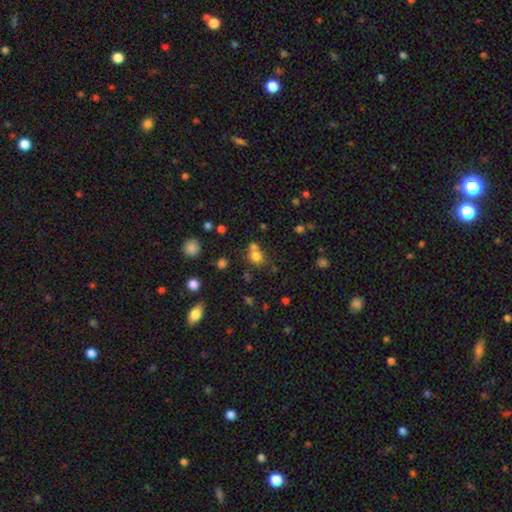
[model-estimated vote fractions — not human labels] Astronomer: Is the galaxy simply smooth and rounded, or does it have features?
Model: smooth — 74%.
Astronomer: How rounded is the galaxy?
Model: round — 83%.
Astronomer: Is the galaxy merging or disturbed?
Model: none — 52% (runner-up: merger, 35%).